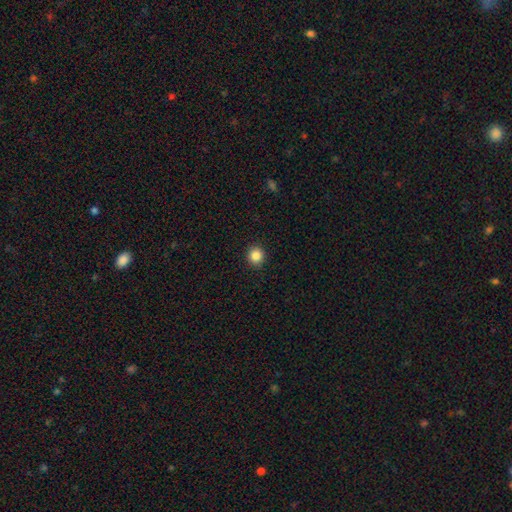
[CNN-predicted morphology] The model was most divided on "smooth or featured": smooth: 86%, star or artifact: 10%, featured or disk: 4%. More confident: merging — none (92%); how rounded — round (90%).